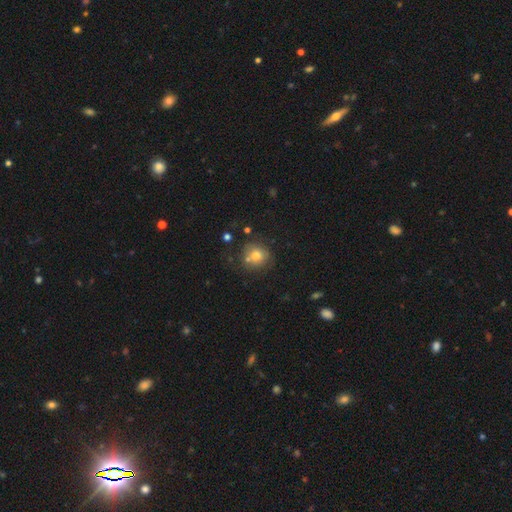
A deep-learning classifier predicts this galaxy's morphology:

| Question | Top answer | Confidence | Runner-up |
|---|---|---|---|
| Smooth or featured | smooth | 74% | featured or disk (14%) |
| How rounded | round | 86% | in between (13%) |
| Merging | none | 66% | merger (15%) |